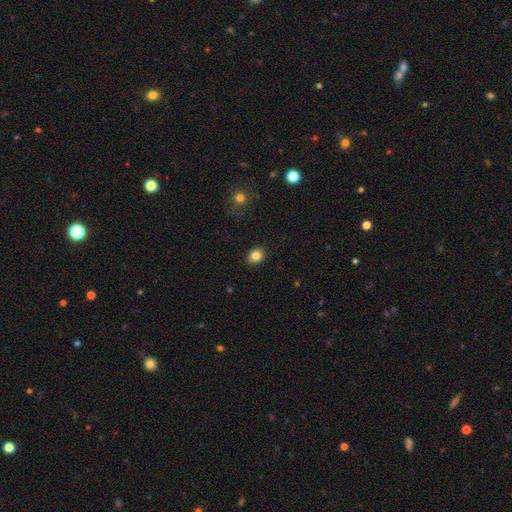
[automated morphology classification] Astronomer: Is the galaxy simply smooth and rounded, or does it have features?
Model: smooth — 84%.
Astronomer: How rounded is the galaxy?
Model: round — 59% (runner-up: in between, 41%).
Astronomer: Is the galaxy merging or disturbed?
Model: none — 90%.